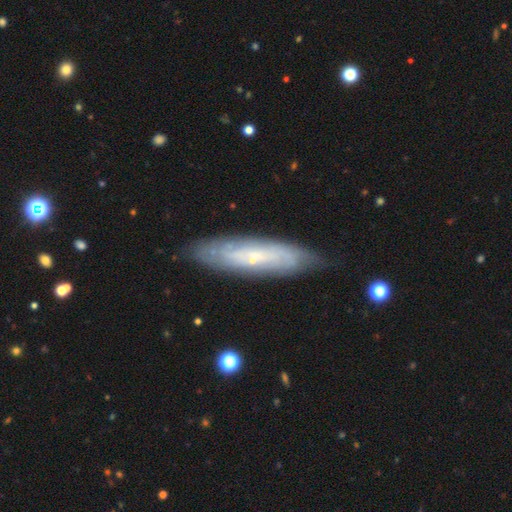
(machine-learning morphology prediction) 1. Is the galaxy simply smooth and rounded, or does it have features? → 66% featured or disk, 27% smooth, 7% star or artifact.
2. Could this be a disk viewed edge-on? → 69% no, 31% yes.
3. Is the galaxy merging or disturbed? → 81% none, 14% minor disturbance, 3% major disturbance, 1% merger.